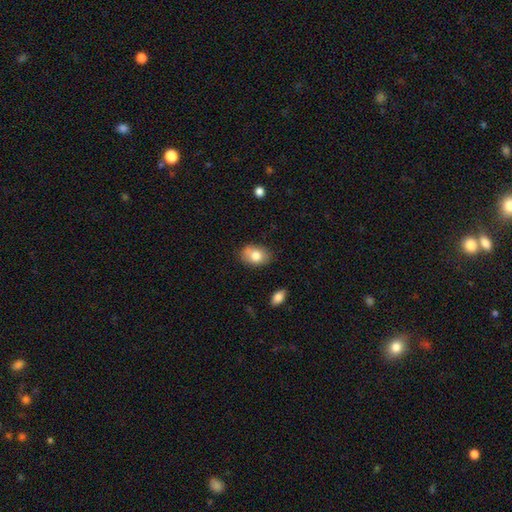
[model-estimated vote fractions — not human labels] Overall: smooth (80%). How rounded: in between (78%). Merging: none (72%).